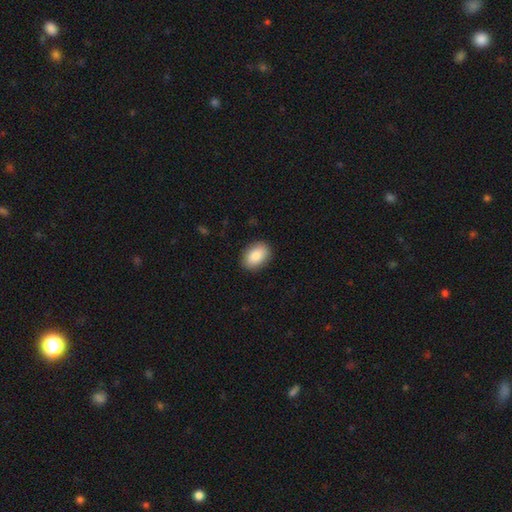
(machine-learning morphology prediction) This is clearly a smooth galaxy (86%). How rounded: clearly in between (83%). Merging: clearly none (88%).